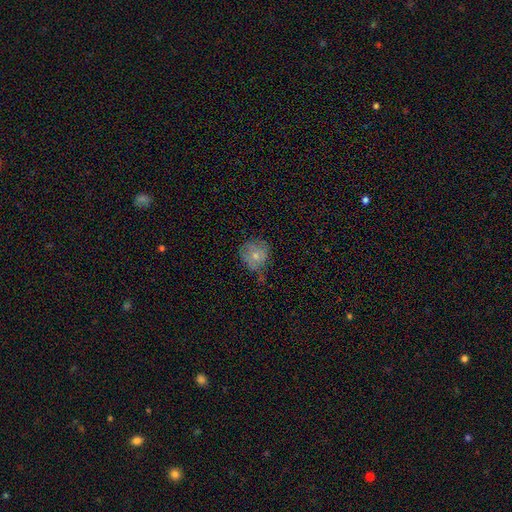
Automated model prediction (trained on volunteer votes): Overall: smooth (72%). How rounded: round (86%). Merging: none (56%; minor disturbance 30%).